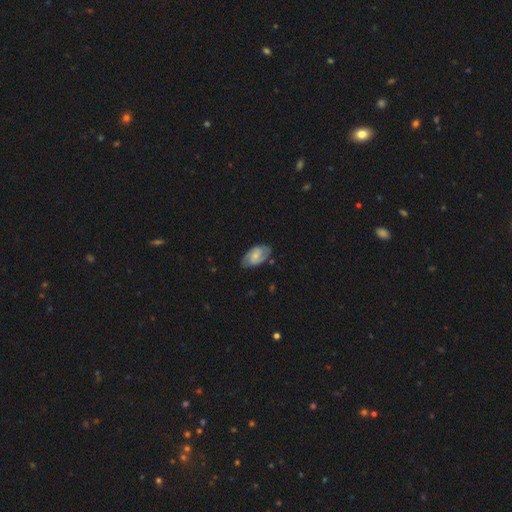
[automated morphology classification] featured or disk 57%, smooth 36%, star or artifact 6%. Down the decision tree: edge-on disk — no (95%); bar — no (50%); spiral arms — yes (87%); bulge size — small (53%); merging — none (72%).